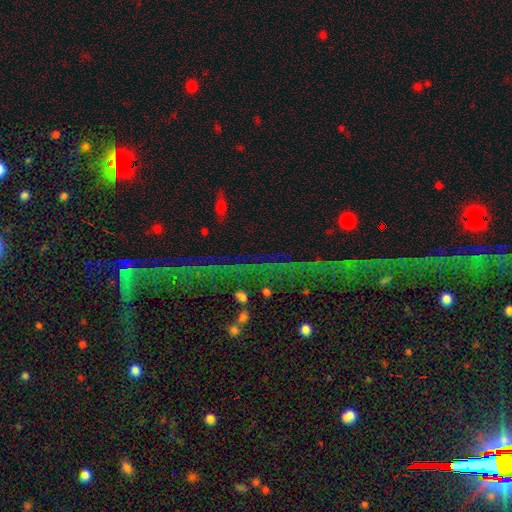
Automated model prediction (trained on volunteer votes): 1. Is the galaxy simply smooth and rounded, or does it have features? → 81% star or artifact, 11% featured or disk, 9% smooth.